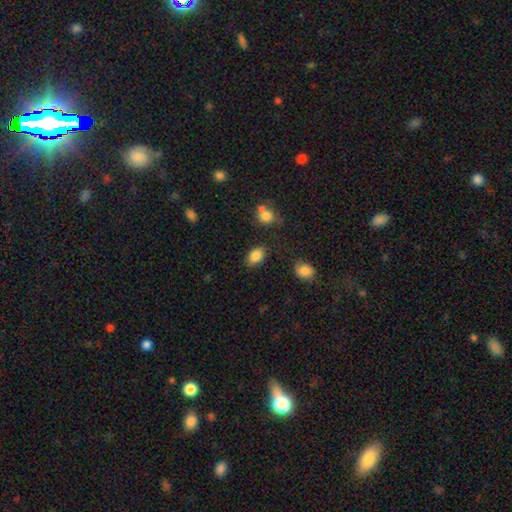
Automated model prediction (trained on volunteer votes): Q: Smooth or featured?
A: smooth (86%); runner-up: star or artifact (9%)
Q: How rounded?
A: in between (83%); runner-up: round (15%)
Q: Merging?
A: none (79%); runner-up: minor disturbance (14%)